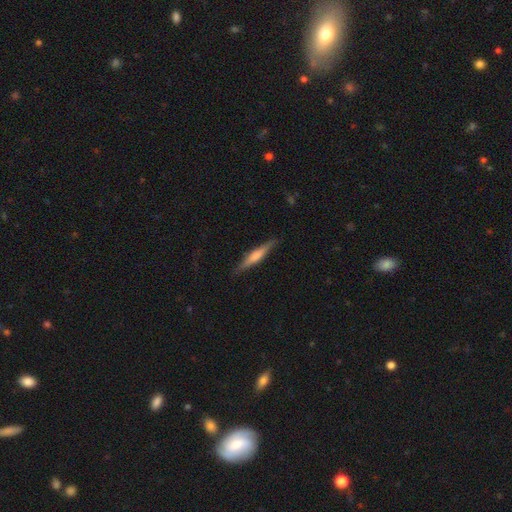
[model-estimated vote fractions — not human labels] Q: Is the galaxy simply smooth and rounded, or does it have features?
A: featured or disk — 49%.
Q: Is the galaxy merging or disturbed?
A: none — 88%.